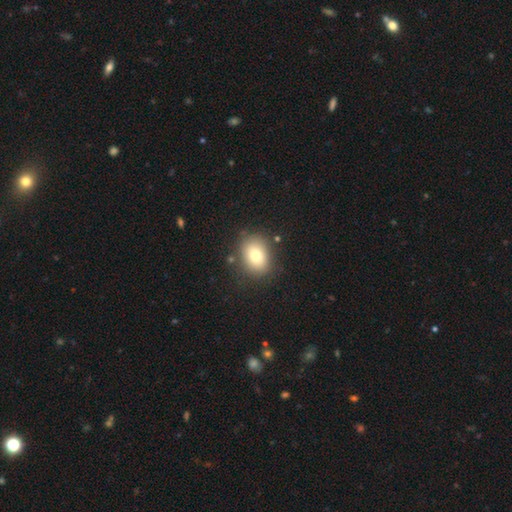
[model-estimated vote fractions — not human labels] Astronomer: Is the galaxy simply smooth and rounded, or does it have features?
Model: smooth — 77%.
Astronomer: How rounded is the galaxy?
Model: in between — 59% (runner-up: round, 40%).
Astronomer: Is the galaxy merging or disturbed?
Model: none — 82%.